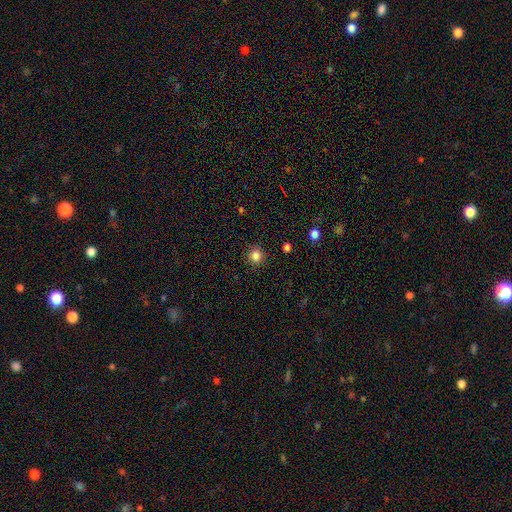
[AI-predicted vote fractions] smooth_or_featured: smooth (p=0.83) [alt: star or artifact p=0.12]
how_rounded: round (p=0.93) [alt: in between p=0.06]
merging: none (p=0.90) [alt: minor disturbance p=0.07]